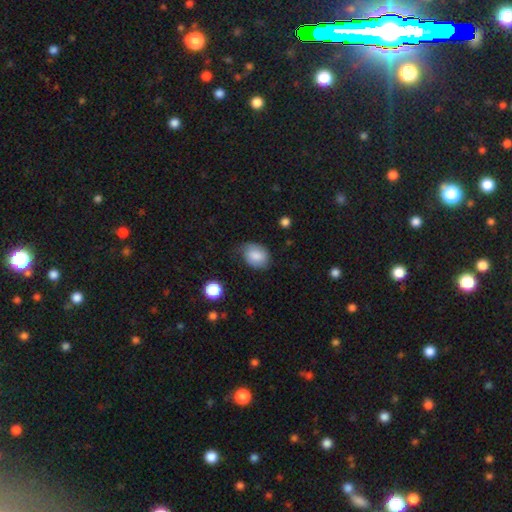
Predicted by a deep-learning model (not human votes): smooth_or_featured: smooth (p=0.80) [alt: featured or disk p=0.12]
how_rounded: in between (p=0.61) [alt: round p=0.38]
merging: none (p=0.56) [alt: minor disturbance p=0.32]